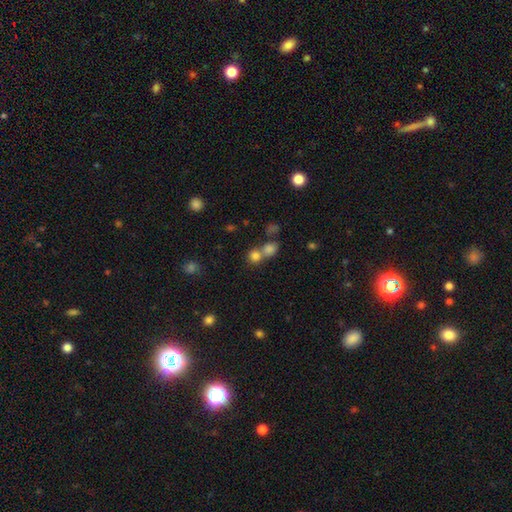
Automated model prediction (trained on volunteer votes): A smooth galaxy with no disk features (78%) that is round (84%).

Vote fractions:
- Smooth or featured? smooth: 78% / star or artifact: 14% / featured or disk: 8%
- How rounded? round: 84% / in between: 15% / cigar-shaped: 1%
- Merging? merger: 47% / none: 44% / minor disturbance: 6% / major disturbance: 3%